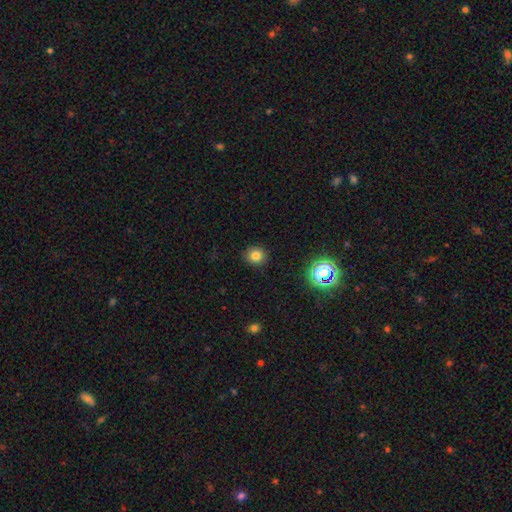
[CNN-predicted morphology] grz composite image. It shows a smooth galaxy with no disk features (79%) that is round (89%). Merging: none (90%).